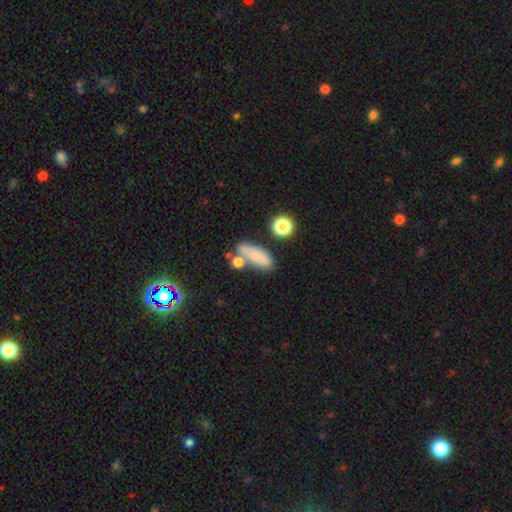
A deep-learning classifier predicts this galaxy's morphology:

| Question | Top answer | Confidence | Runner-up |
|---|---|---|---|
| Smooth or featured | smooth | 71% | featured or disk (16%) |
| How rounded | in between | 62% | cigar-shaped (29%) |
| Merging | none | 52% | merger (20%) |